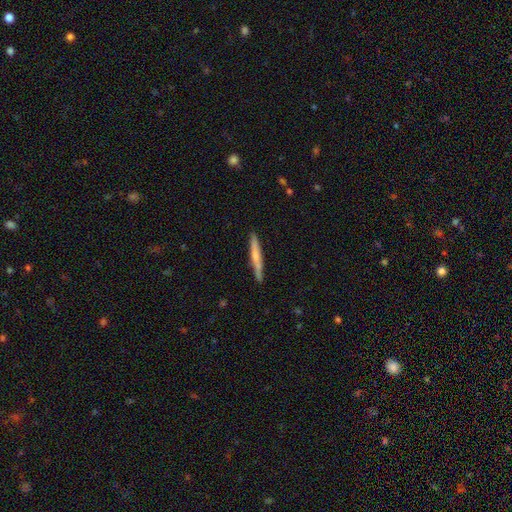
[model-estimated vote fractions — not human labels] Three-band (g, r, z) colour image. It shows a smooth galaxy with no disk features (52%) that is cigar-shaped (95%). Merging: none (86%).